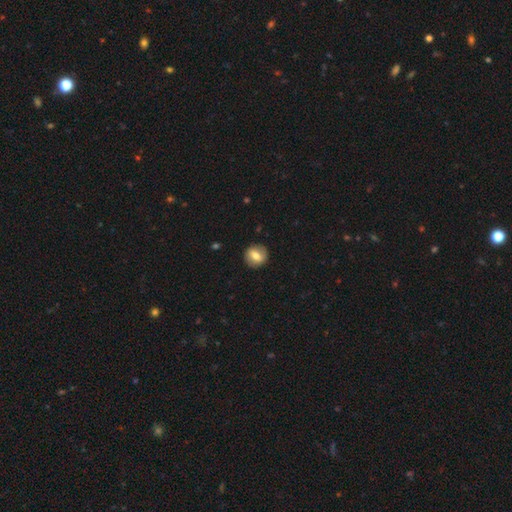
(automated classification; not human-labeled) Overall: smooth (62%; featured or disk 30%). How rounded: round (83%). Merging: none (88%).